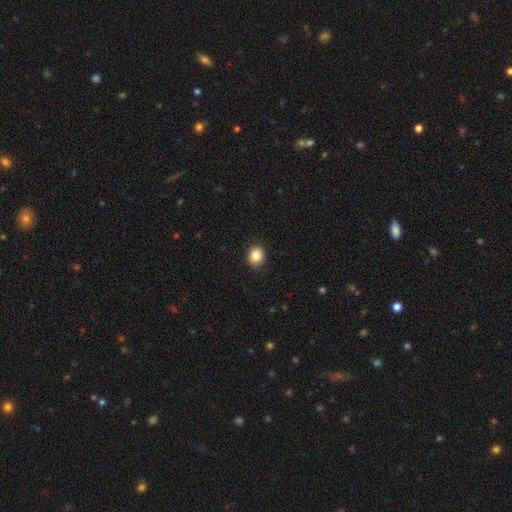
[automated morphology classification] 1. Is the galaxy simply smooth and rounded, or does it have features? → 85% smooth, 10% star or artifact, 5% featured or disk.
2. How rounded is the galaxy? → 78% round, 21% in between, 1% cigar-shaped.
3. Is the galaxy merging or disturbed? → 91% none, 6% minor disturbance, 2% major disturbance, 1% merger.